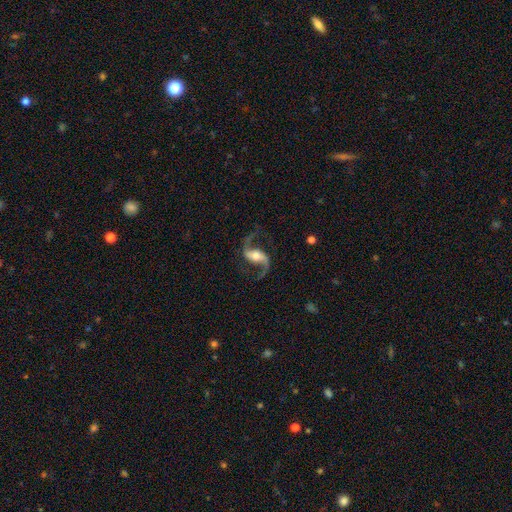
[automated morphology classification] featured or disk 91%, star or artifact 5%, smooth 4%. Down the decision tree: edge-on disk — no (97%); bar — strong (42%); spiral arms — yes (98%); spiral arm count — 2 (94%); spiral winding — loose (68%); bulge size — moderate (54%); merging — none (79%).